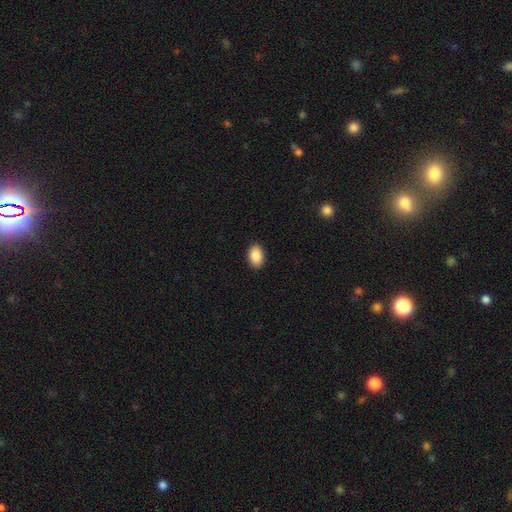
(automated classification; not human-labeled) smooth 89%, star or artifact 7%, featured or disk 4%. Down the decision tree: how rounded — in between (90%); merging — none (89%).